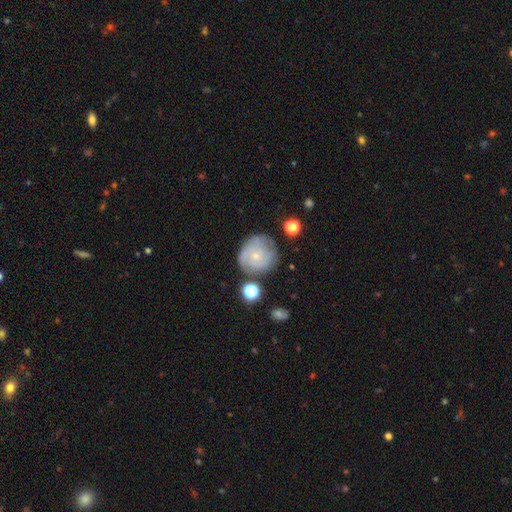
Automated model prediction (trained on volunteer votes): Q: Smooth or featured?
A: featured or disk (68%); runner-up: smooth (25%)
Q: Edge-on disk?
A: no (98%); runner-up: yes (2%)
Q: Bar?
A: no (82%); runner-up: weak (15%)
Q: Spiral arms?
A: yes (85%); runner-up: no (15%)
Q: Spiral winding?
A: tight (67%); runner-up: medium (26%)
Q: Spiral arm count?
A: can't tell (39%); runner-up: 2 (24%)
Q: Bulge size?
A: small (80%); runner-up: moderate (16%)
Q: Merging?
A: none (70%); runner-up: minor disturbance (19%)